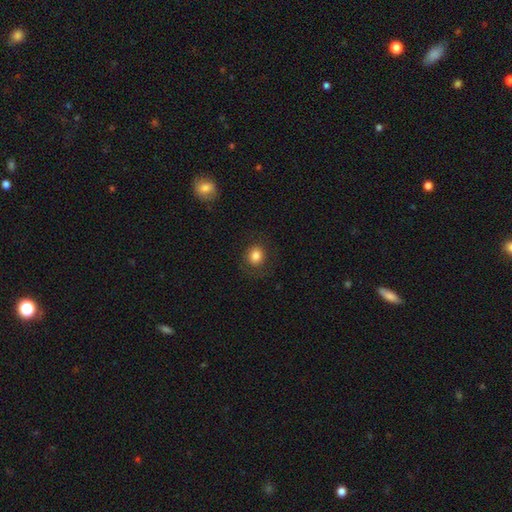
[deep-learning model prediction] Smooth or featured? Predicted: smooth (p=0.83). How rounded? Predicted: round (p=0.76). Merging? Predicted: none (p=0.82).